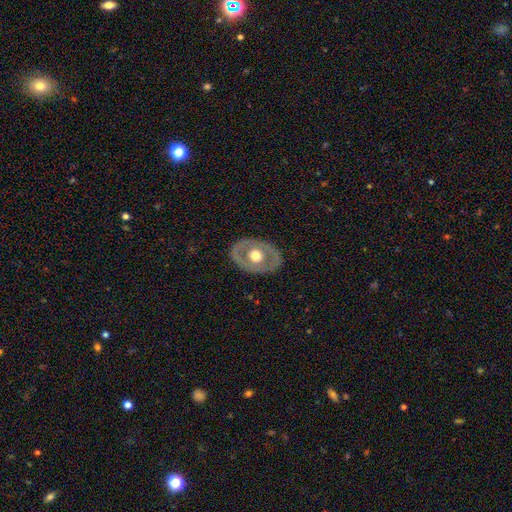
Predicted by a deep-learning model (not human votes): The model was most divided on "smooth or featured": featured or disk: 57%, smooth: 38%, star or artifact: 5%. More confident: edge-on disk — no (90%); bar — no (90%); spiral arms — no (90%); merging — none (83%); bulge size — moderate (65%).